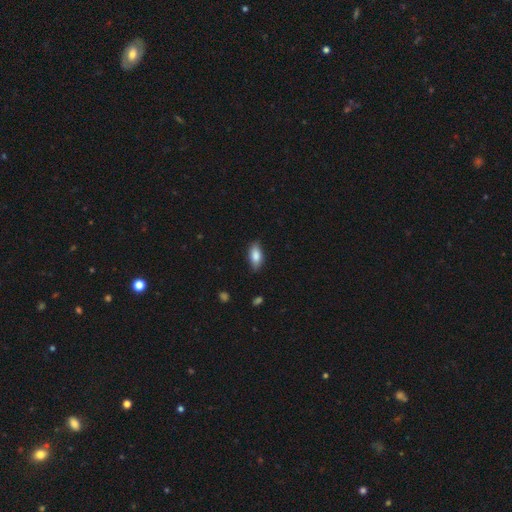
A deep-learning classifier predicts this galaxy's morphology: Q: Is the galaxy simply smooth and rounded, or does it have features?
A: smooth — 81%.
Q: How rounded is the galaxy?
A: in between — 84%.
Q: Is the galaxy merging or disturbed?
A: none — 82%.